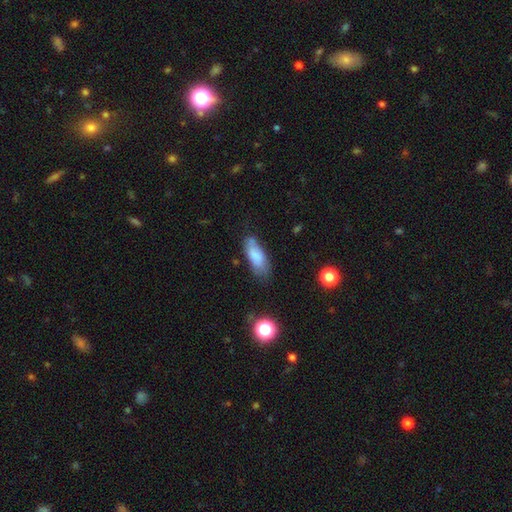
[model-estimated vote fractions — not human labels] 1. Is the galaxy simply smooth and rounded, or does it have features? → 77% smooth, 15% featured or disk, 8% star or artifact.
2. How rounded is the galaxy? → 74% in between, 24% cigar-shaped, 2% round.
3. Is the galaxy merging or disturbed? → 62% none, 27% minor disturbance, 8% major disturbance, 4% merger.